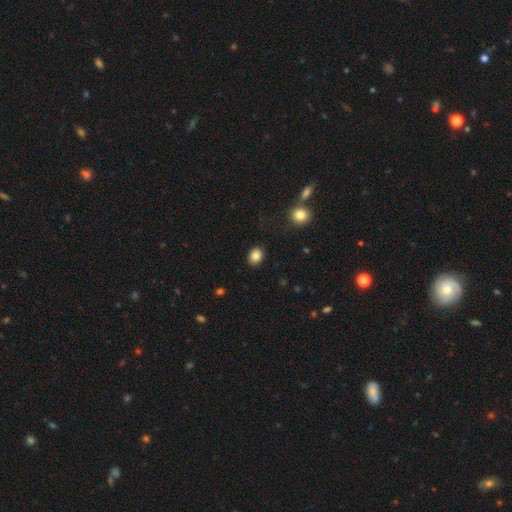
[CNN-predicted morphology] This appears to be a smooth galaxy with no disk features (85%) that is round (50%). Merging: none (89%).